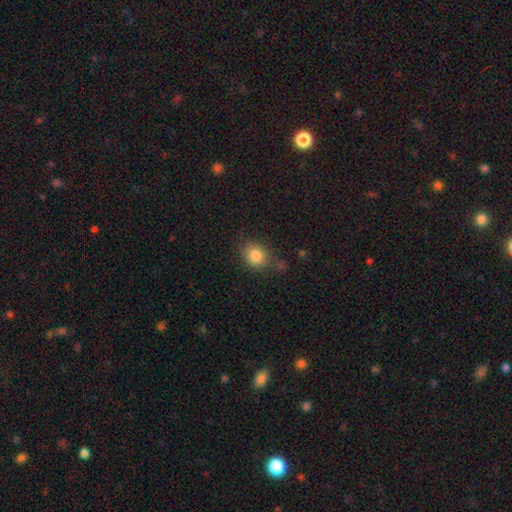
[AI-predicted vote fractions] Smooth or featured? smooth (83%)
How rounded? round (59%)
Merging? none (67%)